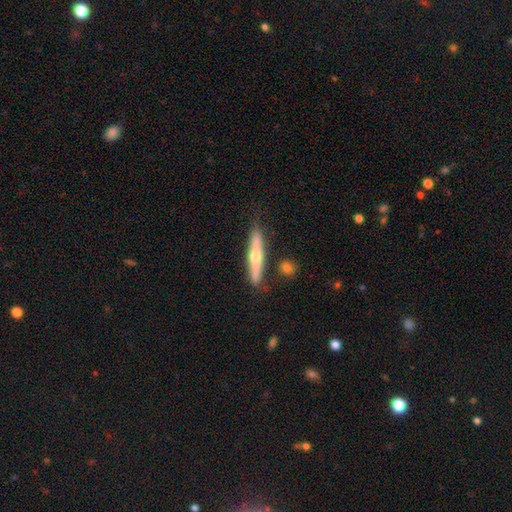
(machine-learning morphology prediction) smooth_or_featured: featured or disk (p=0.59) [alt: smooth p=0.35]
disk_edge_on: yes (p=0.93) [alt: no p=0.07]
edge_on_bulge: rounded (p=0.89) [alt: none p=0.09]
merging: none (p=0.81) [alt: minor disturbance p=0.12]